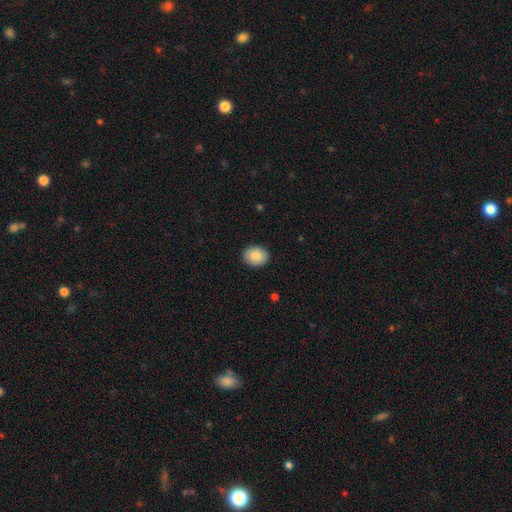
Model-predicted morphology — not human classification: type=smooth (87%); roundness=in between (54%); merging=none (90%).